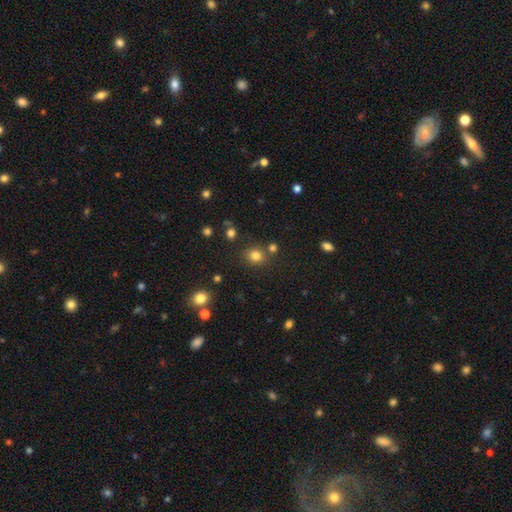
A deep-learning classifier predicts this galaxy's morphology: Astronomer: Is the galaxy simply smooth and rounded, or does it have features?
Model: smooth — 80%.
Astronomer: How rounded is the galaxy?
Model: round — 77%.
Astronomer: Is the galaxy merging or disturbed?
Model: none — 78%.